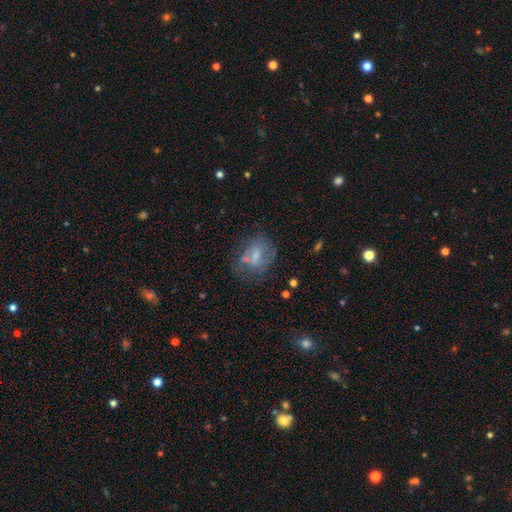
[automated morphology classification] smooth-or-featured: featured or disk: 45% | smooth: 44% | star or artifact: 11%
  merging: none: 43% | minor disturbance: 25% | major disturbance: 23% | merger: 8%